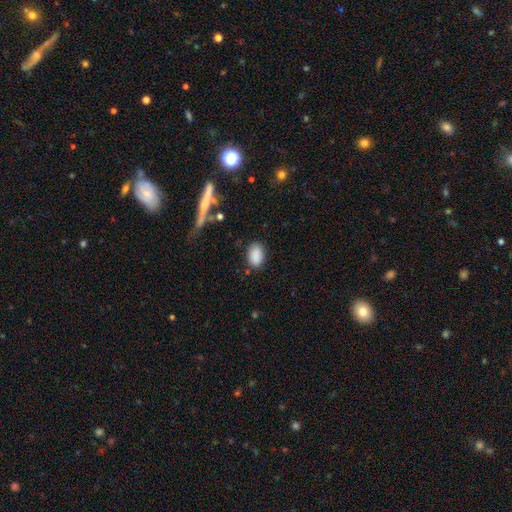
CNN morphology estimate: A smooth galaxy with no disk features (87%) that is in between round and cigar-shaped (85%). Merging: none (81%).